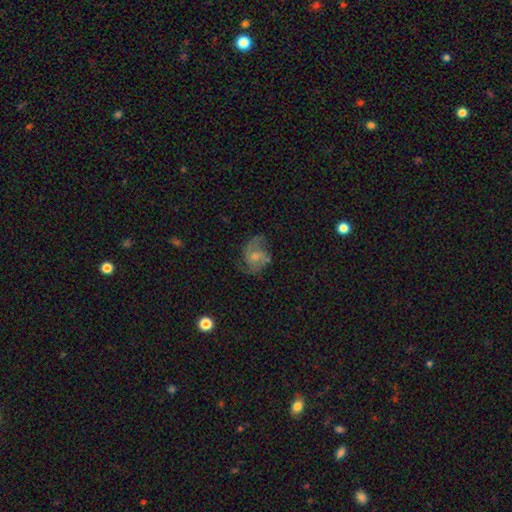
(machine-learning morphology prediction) Smooth or featured: featured or disk — 68% (smooth — 21%)
Edge-on disk: no — 97% (yes — 3%)
Bar: no — 63% (weak — 31%)
Spiral arms: yes — 90% (no — 10%)
Spiral winding: medium — 50% (loose — 28%)
Spiral arm count: 2 — 73% (can't tell — 13%)
Bulge size: small — 50% (moderate — 40%)
Merging: none — 65% (minor disturbance — 20%)